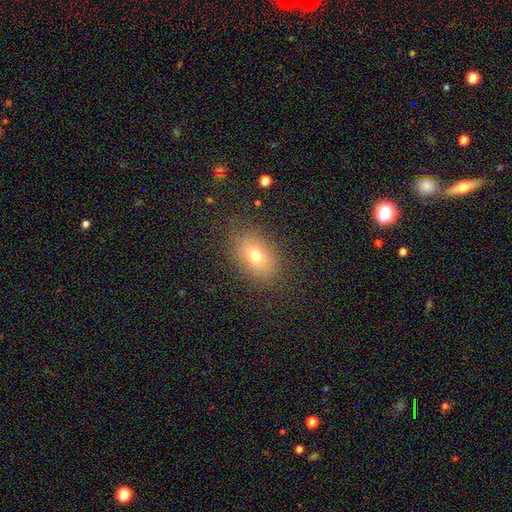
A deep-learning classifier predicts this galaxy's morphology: type=smooth (73%); roundness=in between (85%); merging=none (85%).